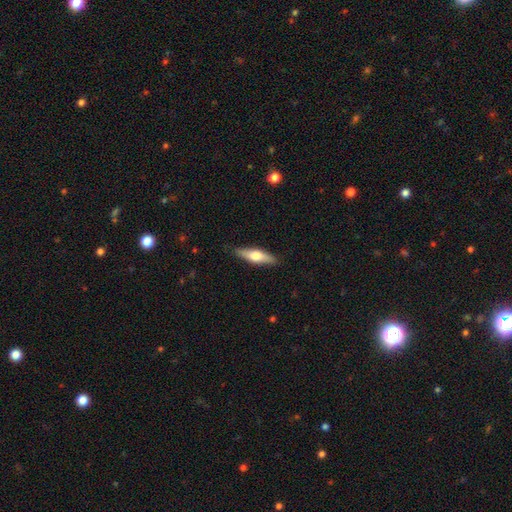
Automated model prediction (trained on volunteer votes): Q: Smooth or featured?
A: smooth (53%); runner-up: featured or disk (42%)
Q: How rounded?
A: cigar-shaped (61%); runner-up: in between (37%)
Q: Merging?
A: none (86%); runner-up: minor disturbance (11%)